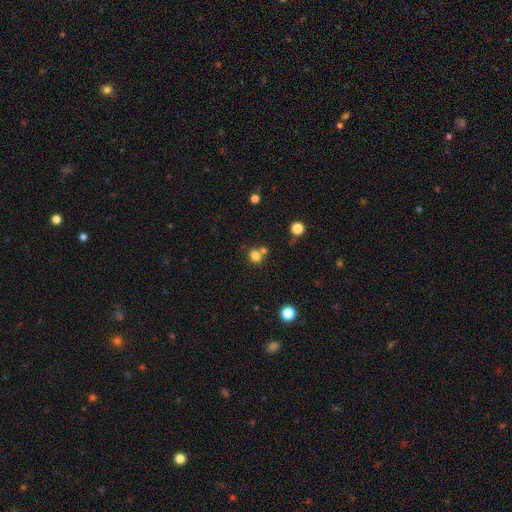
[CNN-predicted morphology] smooth 80%, star or artifact 13%, featured or disk 7%. Down the decision tree: how rounded — round (63%); merging — none (57%).